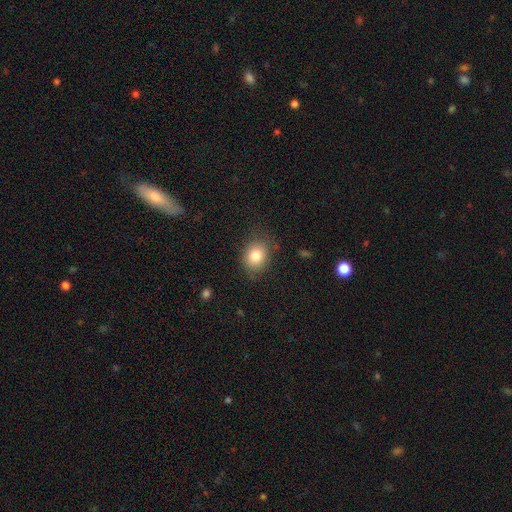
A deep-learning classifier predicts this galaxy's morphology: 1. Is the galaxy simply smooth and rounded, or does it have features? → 82% smooth, 10% star or artifact, 8% featured or disk.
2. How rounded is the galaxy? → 55% round, 44% in between, 1% cigar-shaped.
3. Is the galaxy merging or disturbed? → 80% none, 15% minor disturbance, 4% major disturbance, 1% merger.